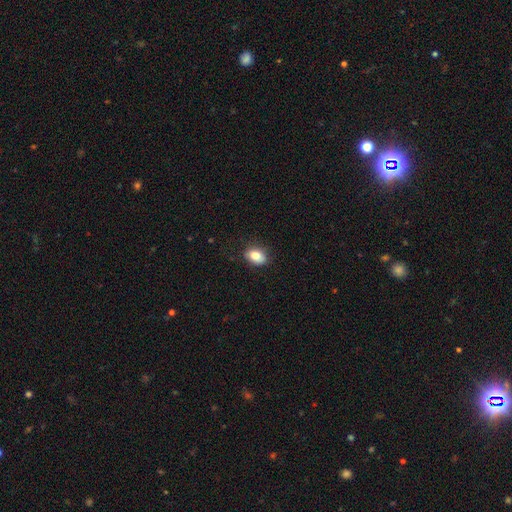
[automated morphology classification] This appears to be a smooth galaxy with no disk features (83%) that is in between round and cigar-shaped (78%). Merging: none (81%).